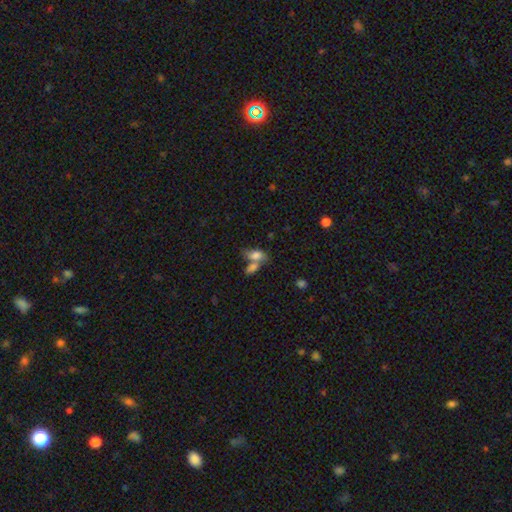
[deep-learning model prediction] Overall: smooth (75%). How rounded: in between (85%). Merging: merger (52%; none 30%).